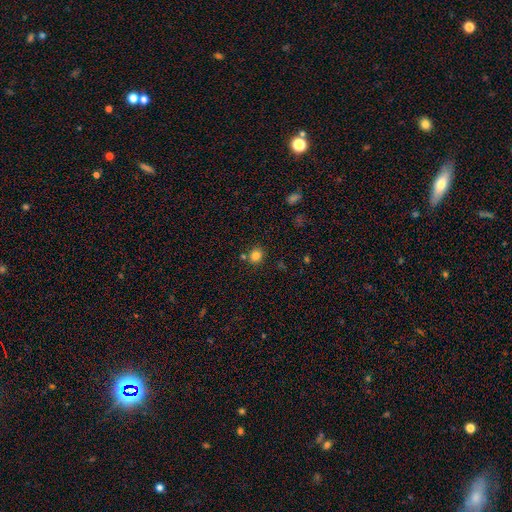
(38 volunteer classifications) Smooth or featured? smooth (87%)
How rounded? round (94%)
Merging? none (71%)